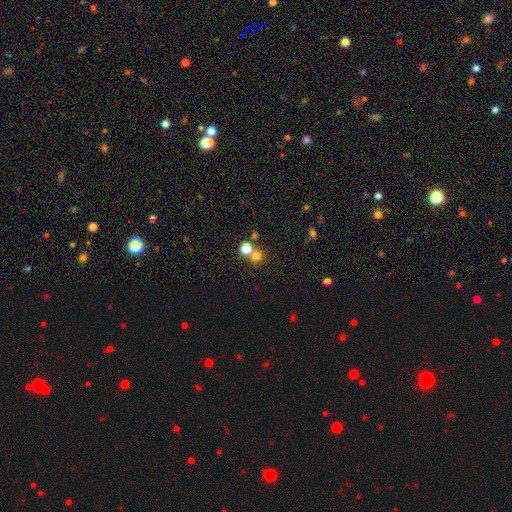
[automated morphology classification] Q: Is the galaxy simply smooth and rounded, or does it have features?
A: smooth — 71%.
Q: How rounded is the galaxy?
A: round — 89%.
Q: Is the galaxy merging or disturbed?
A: none — 56%.